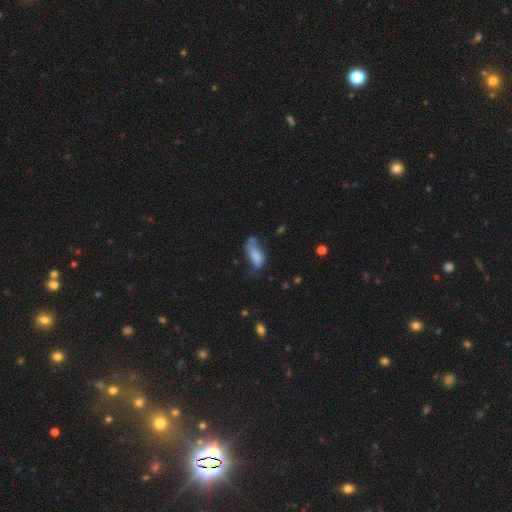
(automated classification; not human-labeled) A smooth galaxy with no disk features (69%) that is in between round and cigar-shaped (82%).

Vote fractions:
- Smooth or featured? smooth: 69% / featured or disk: 21% / star or artifact: 10%
- How rounded? in between: 82% / cigar-shaped: 15% / round: 3%
- Merging? minor disturbance: 30% / major disturbance: 29% / none: 28% / merger: 13%